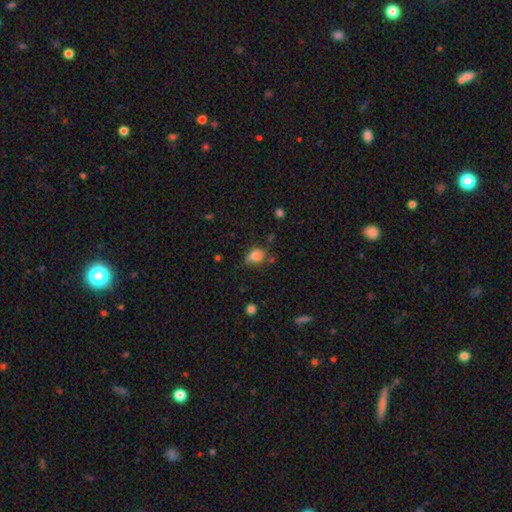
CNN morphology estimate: Smooth or featured: smooth — 82% (star or artifact — 11%)
How rounded: in between — 62% (round — 36%)
Merging: none — 54% (minor disturbance — 30%)